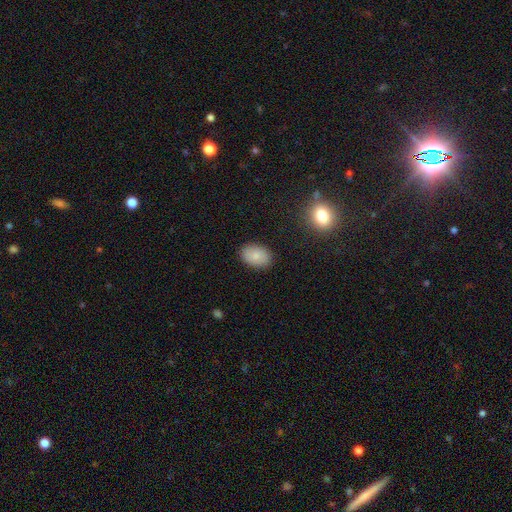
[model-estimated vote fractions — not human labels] This is clearly a smooth galaxy (82%). How rounded: clearly in between (85%). Merging: clearly none (87%).